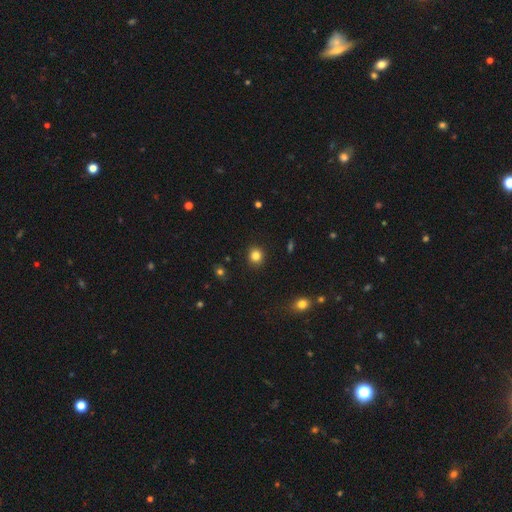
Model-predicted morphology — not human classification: type=smooth (83%); roundness=round (86%); merging=none (91%).